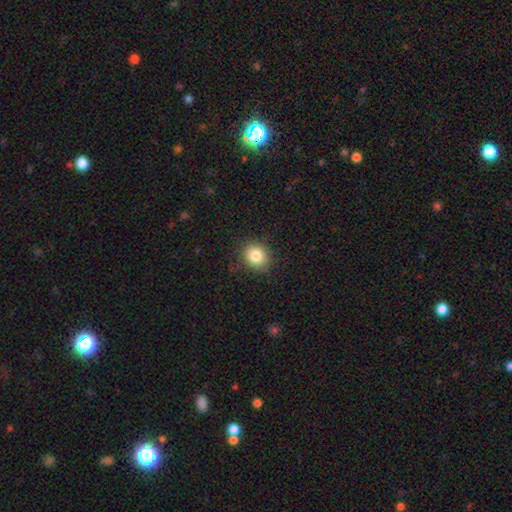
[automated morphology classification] Overall: smooth (83%). How rounded: round (70%). Merging: none (86%).